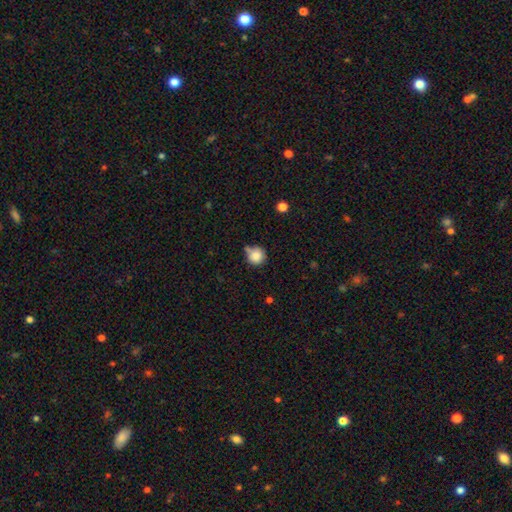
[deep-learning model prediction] This is clearly a smooth galaxy (84%). How rounded: clearly round (91%). Merging: possibly none (56%).